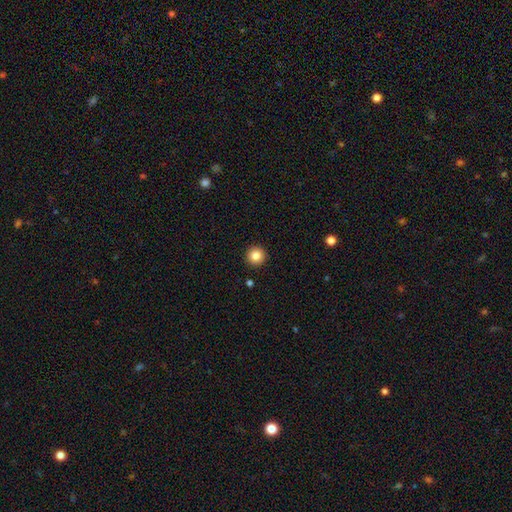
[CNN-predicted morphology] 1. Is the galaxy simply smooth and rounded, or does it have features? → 85% smooth, 10% star or artifact, 5% featured or disk.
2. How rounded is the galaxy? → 96% round, 3% in between, 1% cigar-shaped.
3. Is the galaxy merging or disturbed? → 93% none, 4% minor disturbance, 1% major disturbance, 1% merger.